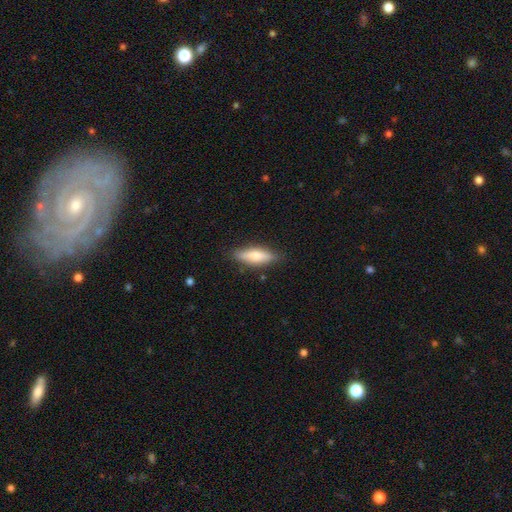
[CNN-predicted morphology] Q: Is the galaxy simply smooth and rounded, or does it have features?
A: smooth — 69%.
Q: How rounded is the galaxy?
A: cigar-shaped — 51%.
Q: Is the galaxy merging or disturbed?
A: none — 84%.